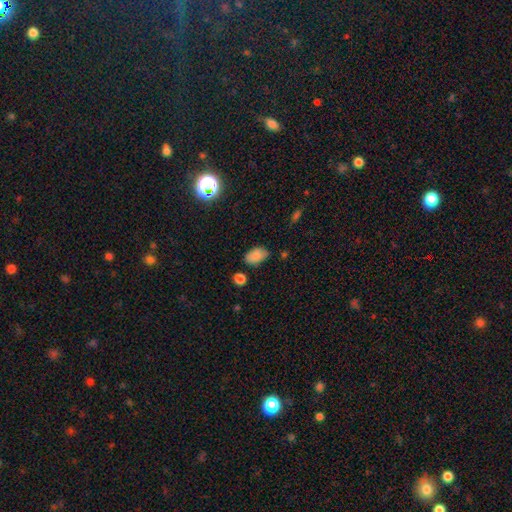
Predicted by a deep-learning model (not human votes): Overall: smooth (83%). How rounded: in between (90%). Merging: none (72%).